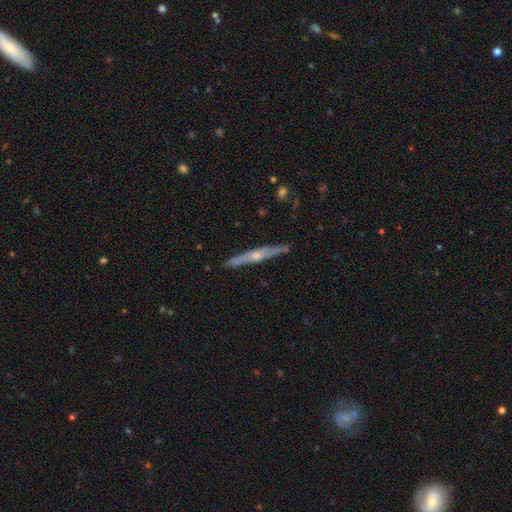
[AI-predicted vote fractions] A featured or disk galaxy (71%) viewed edge-on (96%) with a rounded central bulge (79%).

Vote fractions:
- Smooth or featured? featured or disk: 71% / smooth: 23% / star or artifact: 6%
- Edge-on disk? yes: 96% / no: 4%
- Edge-on bulge? rounded: 79% / none: 17% / boxy: 4%
- Merging? none: 88% / minor disturbance: 9% / major disturbance: 2% / merger: 1%